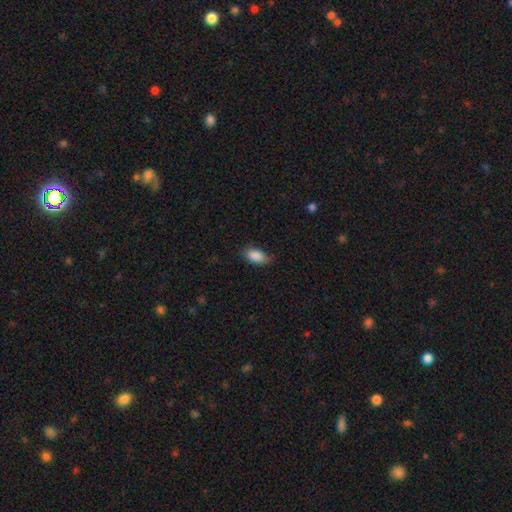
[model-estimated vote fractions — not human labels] smooth_or_featured: smooth (p=0.89) [alt: star or artifact p=0.07]
how_rounded: in between (p=0.92) [alt: round p=0.04]
merging: none (p=0.71) [alt: minor disturbance p=0.23]